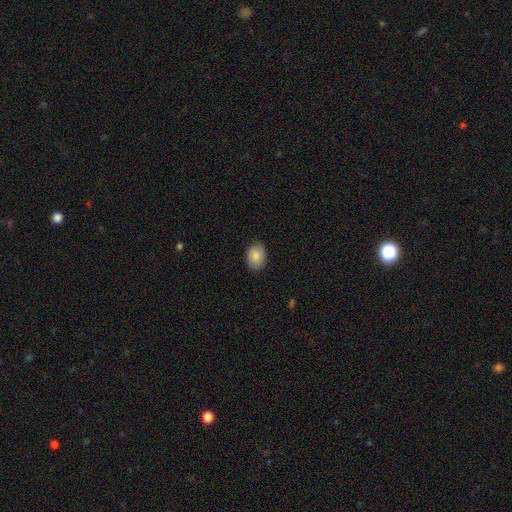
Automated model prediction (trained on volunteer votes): Q: Smooth or featured?
A: smooth (86%); runner-up: featured or disk (8%)
Q: How rounded?
A: in between (72%); runner-up: round (27%)
Q: Merging?
A: none (83%); runner-up: minor disturbance (13%)